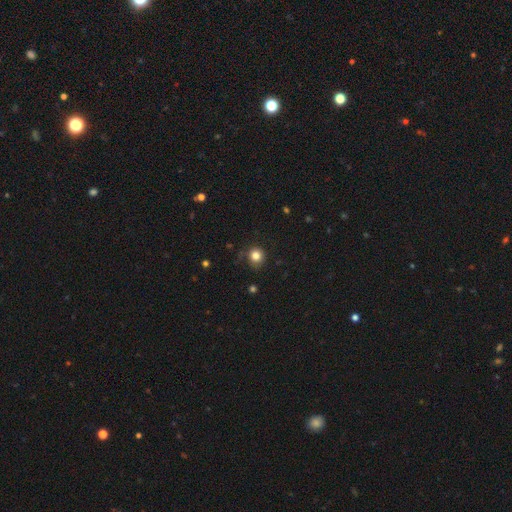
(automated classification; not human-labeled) Q: Smooth or featured?
A: smooth (82%); runner-up: star or artifact (12%)
Q: How rounded?
A: round (89%); runner-up: in between (10%)
Q: Merging?
A: none (74%); runner-up: minor disturbance (18%)